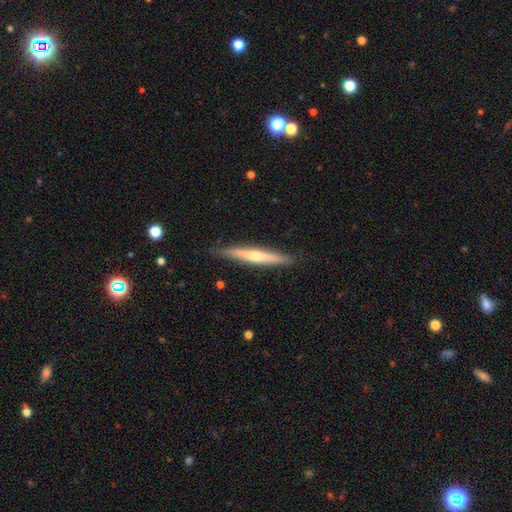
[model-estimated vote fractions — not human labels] Smooth or featured? Predicted: featured or disk (p=0.63). Edge-on disk? Predicted: yes (p=0.96). Edge-on bulge? Predicted: rounded (p=0.75). Merging? Predicted: none (p=0.89).